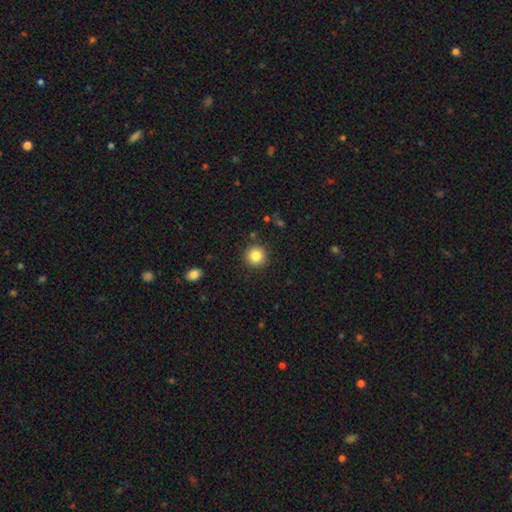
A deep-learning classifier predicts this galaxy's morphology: Q: Smooth or featured?
A: smooth (84%); runner-up: star or artifact (10%)
Q: How rounded?
A: round (94%); runner-up: in between (5%)
Q: Merging?
A: none (90%); runner-up: minor disturbance (6%)